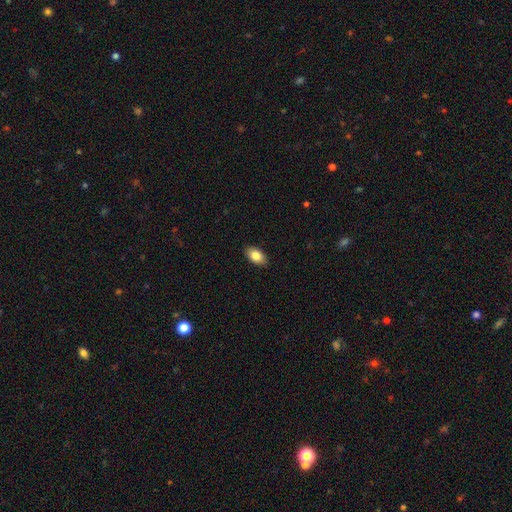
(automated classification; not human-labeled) Smooth or featured: smooth — 83% (featured or disk — 10%)
How rounded: in between — 93% (round — 5%)
Merging: none — 89% (minor disturbance — 8%)